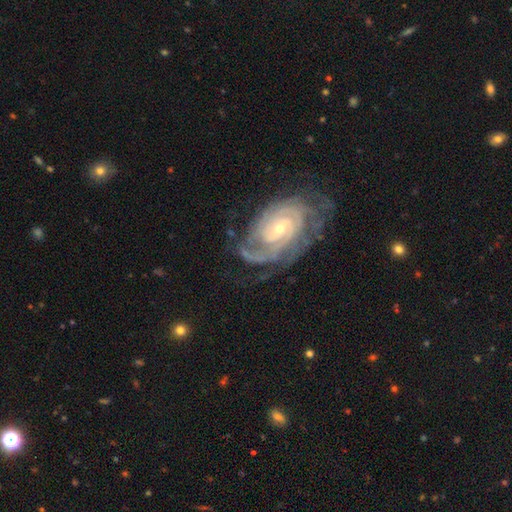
Volunteers were most divided on "spiral arm count": 2: 38%, 3: 31%, can't tell: 12%, 4: 9%, more than 4: 6%, 1: 3%. More confident: edge-on disk — no (100%); spiral arms — yes (97%); bulge size — small (88%); smooth or featured — featured or disk (85%); spiral winding — tight (78%); merging — none (67%); bar — weak (58%).